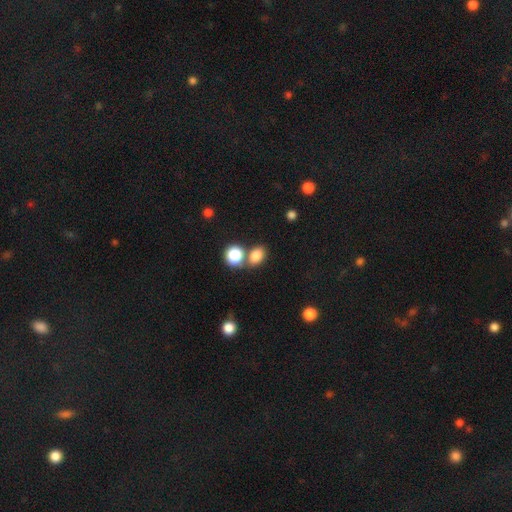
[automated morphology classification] Overall: smooth (82%). How rounded: in between (66%; round 32%). Merging: none (56%; merger 29%).